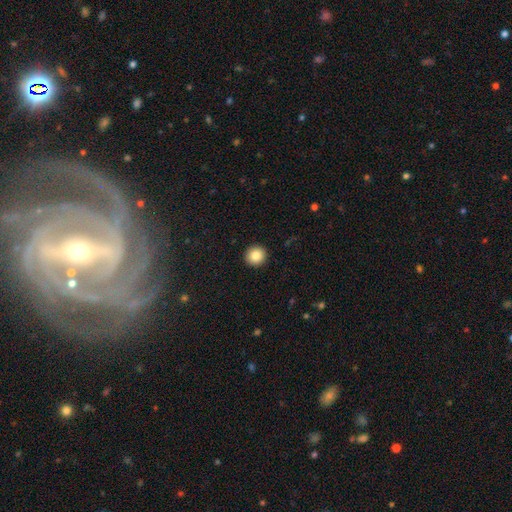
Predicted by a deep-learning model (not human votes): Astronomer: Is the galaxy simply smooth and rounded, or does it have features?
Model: smooth — 85%.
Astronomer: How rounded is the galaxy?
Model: round — 94%.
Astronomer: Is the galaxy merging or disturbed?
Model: none — 93%.